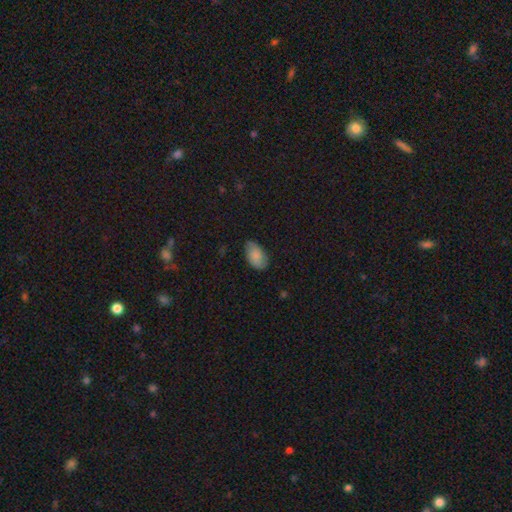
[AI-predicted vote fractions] Morphology: type=smooth (79%); roundness=in between (94%); merging=none (74%).